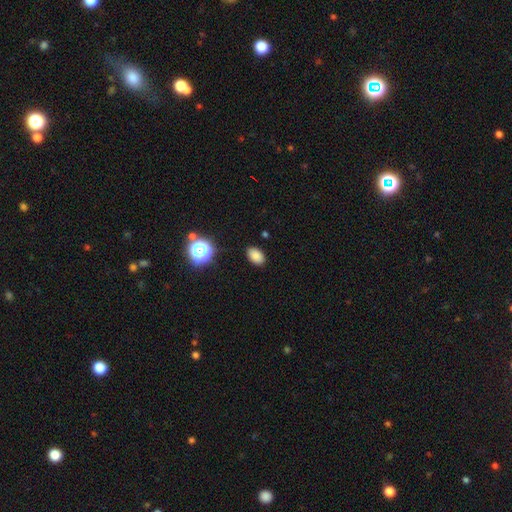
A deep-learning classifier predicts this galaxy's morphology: Smooth or featured?
  - smooth: 83% *
  - star or artifact: 13%
  - featured or disk: 5%
How rounded?
  - in between: 85% *
  - round: 14%
  - cigar-shaped: 1%
Merging?
  - none: 87% *
  - minor disturbance: 9%
  - major disturbance: 2%
  - merger: 1%